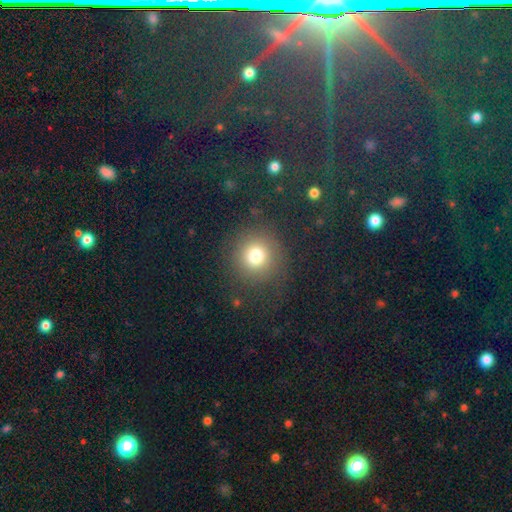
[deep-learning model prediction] smooth_or_featured: smooth (p=0.75) [alt: star or artifact p=0.15]
how_rounded: round (p=0.94) [alt: in between p=0.05]
merging: none (p=0.84) [alt: minor disturbance p=0.09]